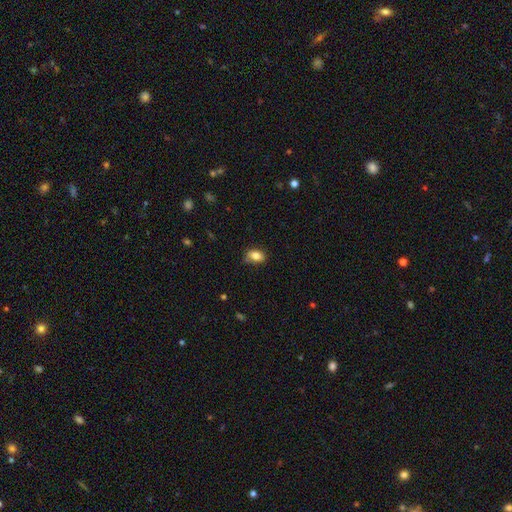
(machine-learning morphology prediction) This is clearly a smooth galaxy (84%). How rounded: clearly in between (83%). Merging: likely none (73%).